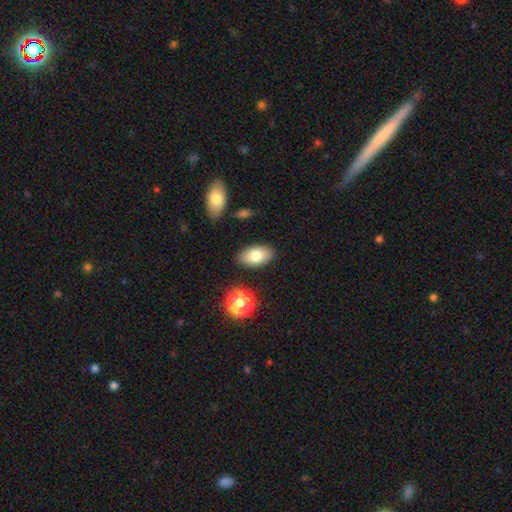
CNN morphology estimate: A smooth galaxy with no disk features (78%) that is in between round and cigar-shaped (92%). Merging: none (85%).